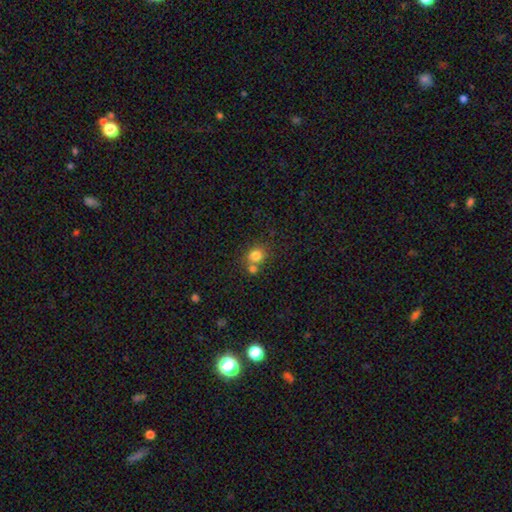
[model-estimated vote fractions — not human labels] Overall: smooth (80%). How rounded: round (76%). Merging: none (54%; merger 34%).